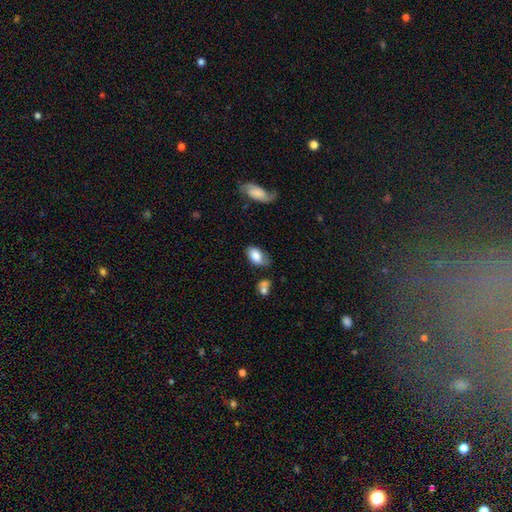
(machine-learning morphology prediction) Smooth or featured?
  - smooth: 78% *
  - featured or disk: 15%
  - star or artifact: 7%
How rounded?
  - in between: 92% *
  - round: 6%
  - cigar-shaped: 2%
Merging?
  - none: 49% *
  - minor disturbance: 32%
  - major disturbance: 13%
  - merger: 6%